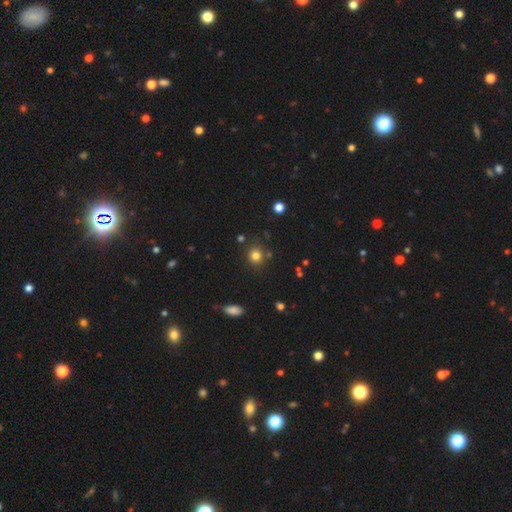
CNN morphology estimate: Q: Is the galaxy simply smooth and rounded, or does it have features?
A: smooth — 80%.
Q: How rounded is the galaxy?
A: round — 86%.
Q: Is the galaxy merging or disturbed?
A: none — 82%.